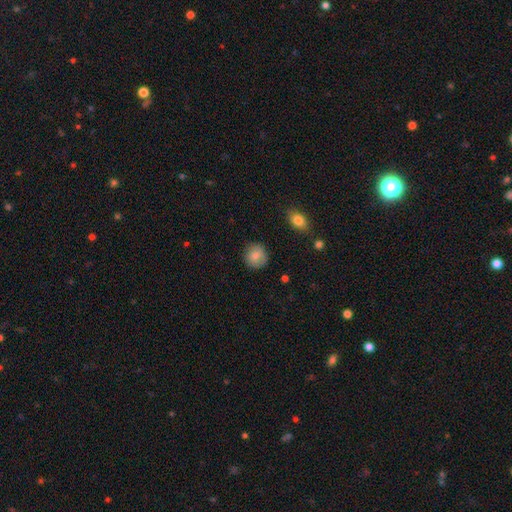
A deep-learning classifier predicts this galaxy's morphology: Smooth or featured? Predicted: smooth (p=0.82). How rounded? Predicted: round (p=0.89). Merging? Predicted: none (p=0.84).